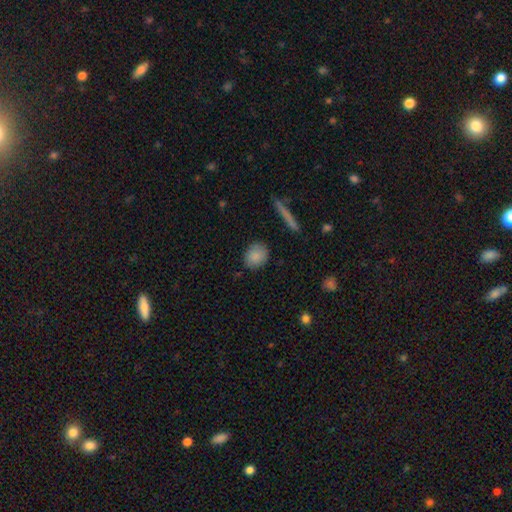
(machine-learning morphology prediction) A smooth galaxy with no disk features (87%) that is round (65%).

Vote fractions:
- Smooth or featured? smooth: 87% / star or artifact: 7% / featured or disk: 6%
- How rounded? round: 65% / in between: 33% / cigar-shaped: 2%
- Merging? none: 84% / minor disturbance: 11% / major disturbance: 3% / merger: 2%